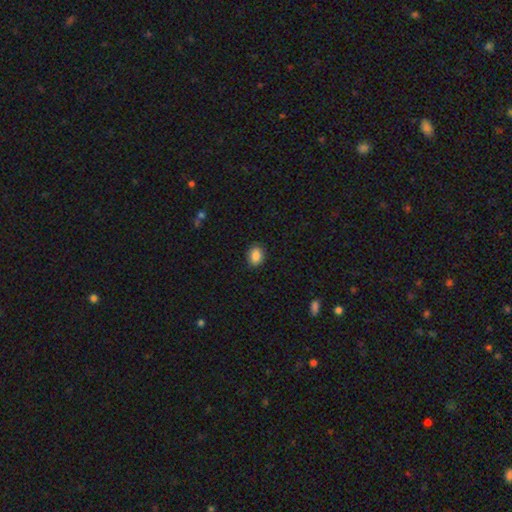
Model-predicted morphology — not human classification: This appears to be a smooth galaxy with no disk features (88%) that is in between round and cigar-shaped (59%). Merging: none (86%).